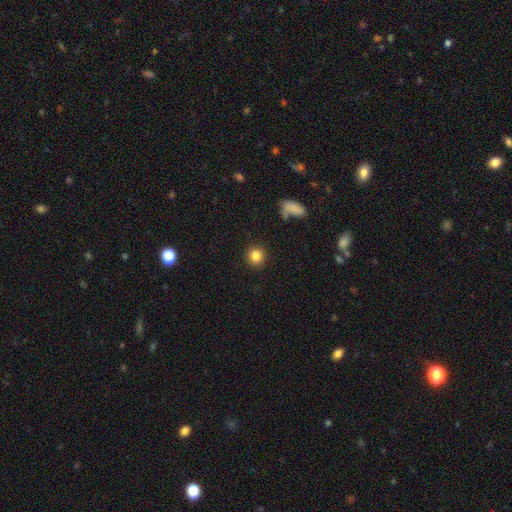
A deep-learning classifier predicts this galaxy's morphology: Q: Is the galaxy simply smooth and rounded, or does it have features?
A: smooth — 85%.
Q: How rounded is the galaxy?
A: round — 90%.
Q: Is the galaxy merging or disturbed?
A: none — 90%.